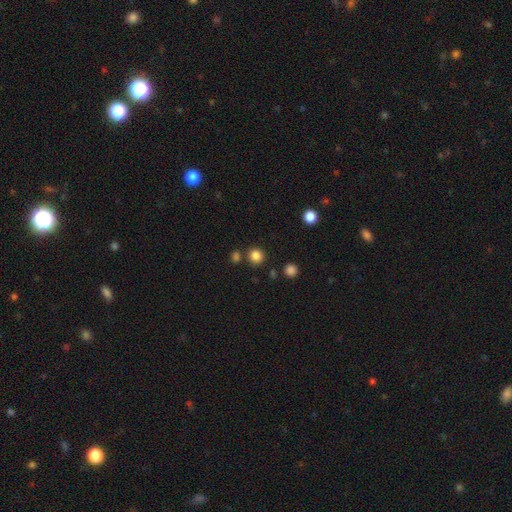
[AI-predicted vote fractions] Overall: smooth (83%). How rounded: round (91%). Merging: none (82%).